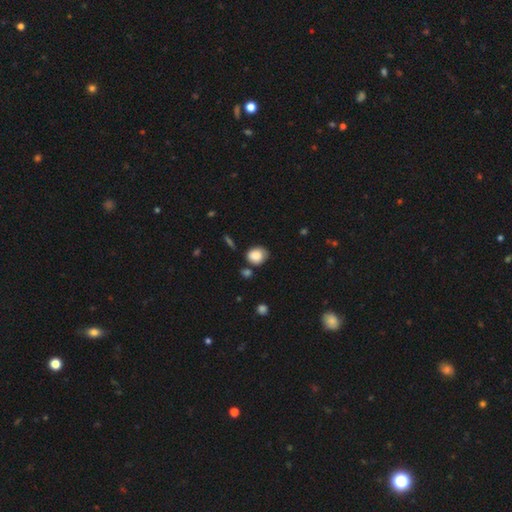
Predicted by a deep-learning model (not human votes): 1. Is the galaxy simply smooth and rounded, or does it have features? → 85% smooth, 8% star or artifact, 7% featured or disk.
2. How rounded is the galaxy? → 65% round, 34% in between, 1% cigar-shaped.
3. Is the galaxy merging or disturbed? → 64% none, 23% minor disturbance, 7% merger, 5% major disturbance.